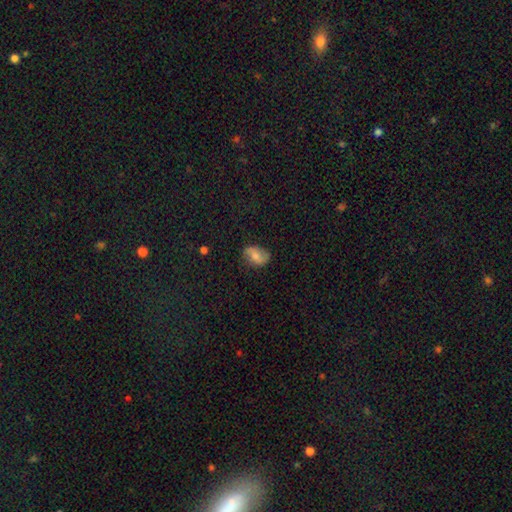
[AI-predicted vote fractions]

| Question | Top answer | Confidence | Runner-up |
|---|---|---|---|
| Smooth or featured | smooth | 61% | featured or disk (31%) |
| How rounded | in between | 81% | round (17%) |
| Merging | none | 72% | minor disturbance (21%) |